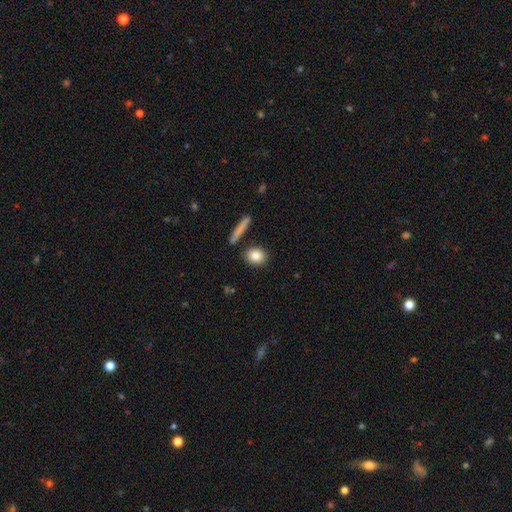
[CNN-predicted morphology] A smooth galaxy with no disk features (83%) that is round (57%).

Vote fractions:
- Smooth or featured? smooth: 83% / featured or disk: 10% / star or artifact: 8%
- How rounded? round: 57% / in between: 38% / cigar-shaped: 5%
- Merging? none: 83% / minor disturbance: 9% / merger: 6% / major disturbance: 3%